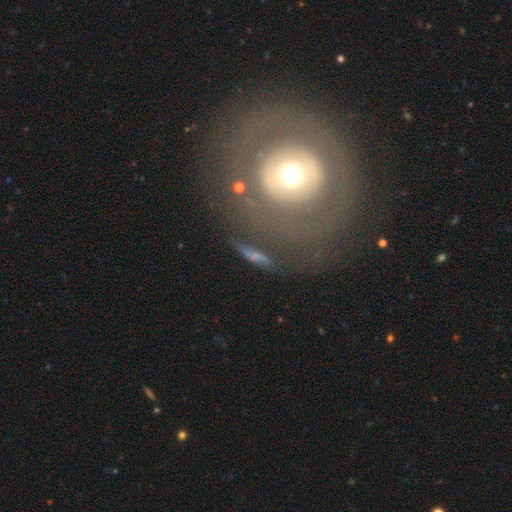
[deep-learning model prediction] smooth-or-featured: featured or disk: 48% | smooth: 36% | star or artifact: 17%
  merging: none: 68% | minor disturbance: 15% | major disturbance: 10% | merger: 7%